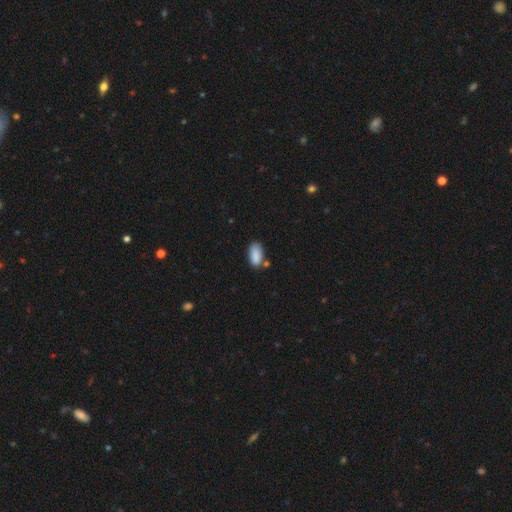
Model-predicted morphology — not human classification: A smooth galaxy with no disk features (88%) that is in between round and cigar-shaped (93%). Merging: none (64%).